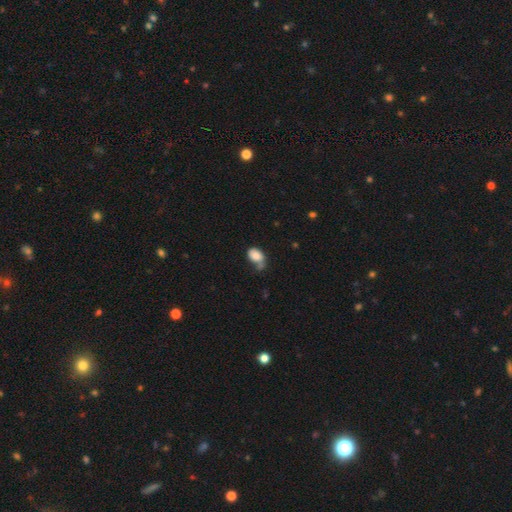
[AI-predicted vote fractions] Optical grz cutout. It shows a smooth galaxy with no disk features (83%) that is in between round and cigar-shaped (85%). Merging: none (39%).